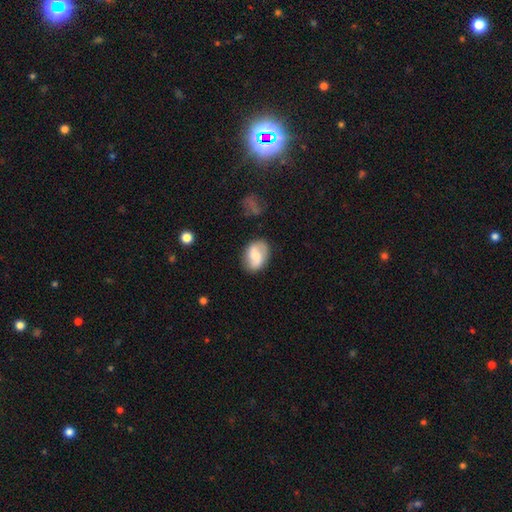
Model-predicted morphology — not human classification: A smooth galaxy with no disk features (47%).

Vote fractions:
- Smooth or featured? smooth: 47% / featured or disk: 45% / star or artifact: 7%
- Merging? none: 74% / minor disturbance: 18% / major disturbance: 5% / merger: 3%